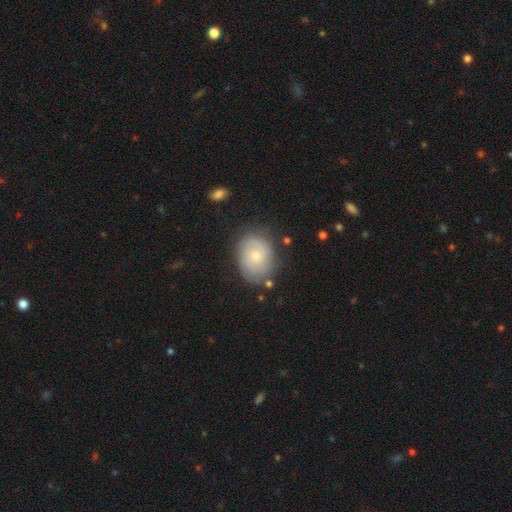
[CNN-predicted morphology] Overall: smooth (51%; featured or disk 41%). How rounded: in between (55%; round 44%). Merging: none (74%).